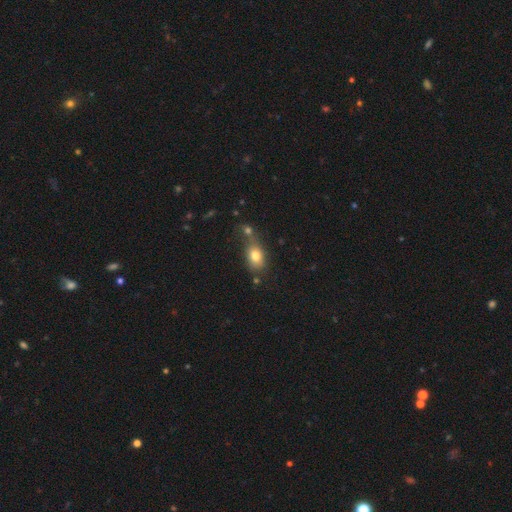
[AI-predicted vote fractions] Smooth or featured?
  - smooth: 79% *
  - featured or disk: 11%
  - star or artifact: 10%
How rounded?
  - in between: 73% *
  - round: 25%
  - cigar-shaped: 2%
Merging?
  - none: 45% *
  - merger: 31%
  - minor disturbance: 16%
  - major disturbance: 7%